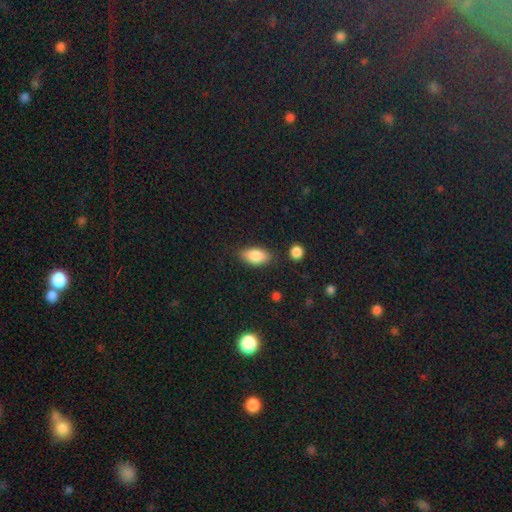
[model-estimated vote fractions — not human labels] This is clearly a smooth galaxy (83%). How rounded: clearly in between (90%). Merging: likely none (80%).